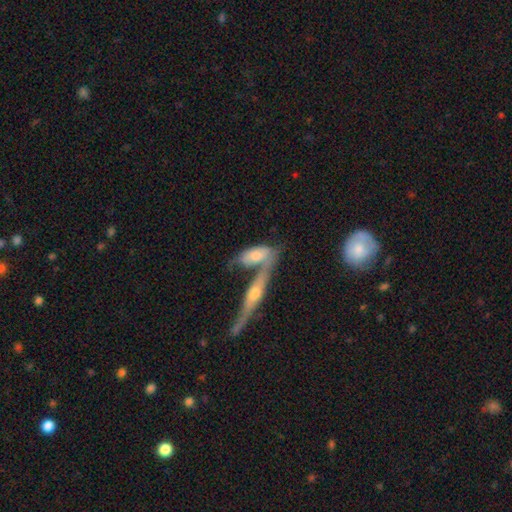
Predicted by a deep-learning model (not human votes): Smooth or featured: smooth — 59% (featured or disk — 34%)
How rounded: in between — 74% (cigar-shaped — 22%)
Merging: merger — 56% (none — 24%)